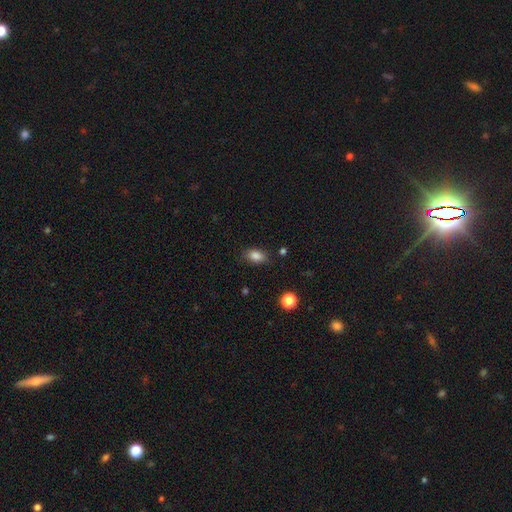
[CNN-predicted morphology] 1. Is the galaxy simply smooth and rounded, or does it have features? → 85% smooth, 10% star or artifact, 5% featured or disk.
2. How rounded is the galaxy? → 85% in between, 12% round, 3% cigar-shaped.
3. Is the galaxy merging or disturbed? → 82% none, 13% minor disturbance, 3% major disturbance, 2% merger.